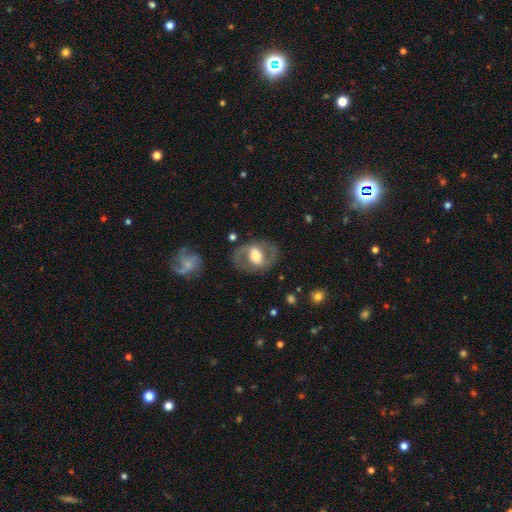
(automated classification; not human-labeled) A featured or disk galaxy (67%) with a weak bar (37%), spiral arms (64%) and a moderate central bulge (53%).

Vote fractions:
- Smooth or featured? featured or disk: 67% / smooth: 27% / star or artifact: 6%
- Edge-on disk? no: 95% / yes: 5%
- Bar? weak: 37% / no: 33% / strong: 31%
- Spiral arms? yes: 64% / no: 36%
- Bulge size? moderate: 53% / large: 29% / small: 13% / dominant: 3% / none: 2%
- Merging? none: 76% / minor disturbance: 13% / major disturbance: 10% / merger: 2%